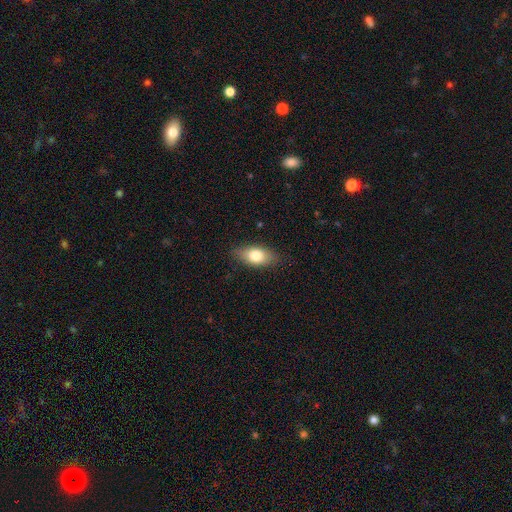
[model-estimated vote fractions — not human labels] smooth-or-featured: smooth: 77% | featured or disk: 16% | star or artifact: 7%
  how-rounded: in between: 85% | cigar-shaped: 9% | round: 6%
  merging: none: 84% | minor disturbance: 13% | major disturbance: 3% | merger: 1%